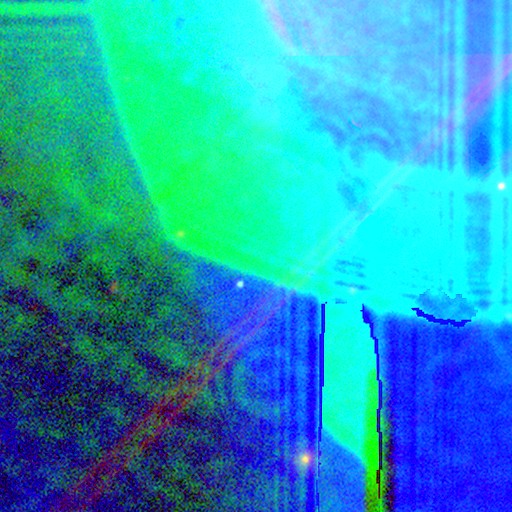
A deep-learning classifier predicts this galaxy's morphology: type=star or artifact (86%).